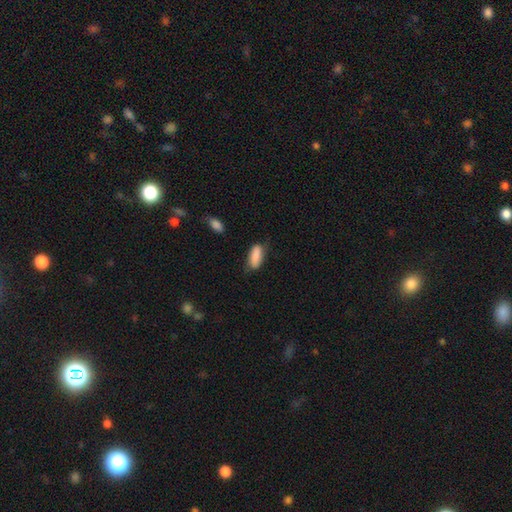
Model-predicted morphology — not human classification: Smooth or featured? Predicted: smooth (p=0.87). How rounded? Predicted: in between (p=0.78). Merging? Predicted: none (p=0.69).